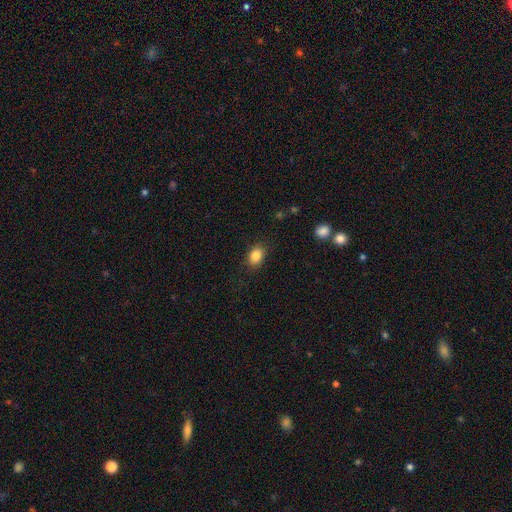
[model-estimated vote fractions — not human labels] Smooth or featured? Predicted: smooth (p=0.85). How rounded? Predicted: in between (p=0.73). Merging? Predicted: none (p=0.85).